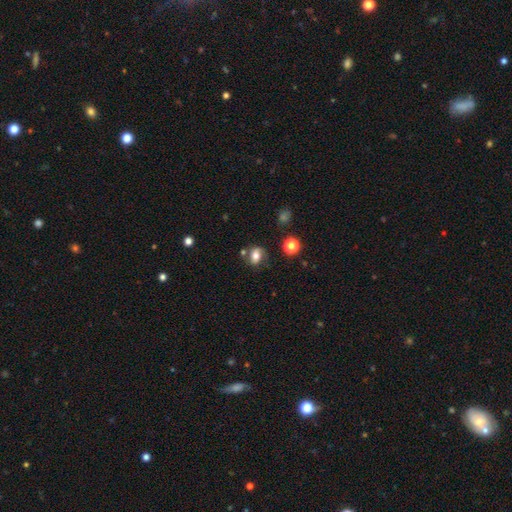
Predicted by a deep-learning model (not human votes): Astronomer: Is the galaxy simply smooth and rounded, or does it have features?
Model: smooth — 62%.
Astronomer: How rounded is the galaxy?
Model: in between — 57% (runner-up: round, 42%).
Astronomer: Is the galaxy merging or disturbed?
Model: none — 63%.